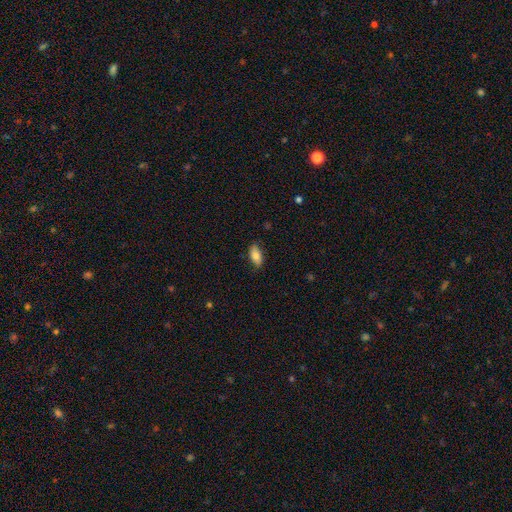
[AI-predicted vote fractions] This appears to be a smooth galaxy with no disk features (79%) that is in between round and cigar-shaped (90%). Merging: none (80%).